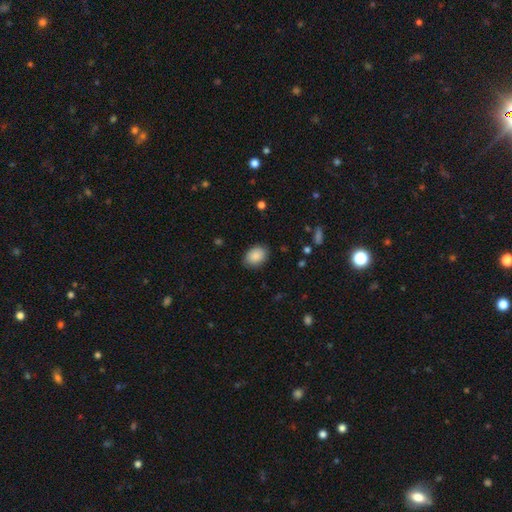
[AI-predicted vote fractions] smooth 89%, star or artifact 7%, featured or disk 4%. Down the decision tree: how rounded — in between (76%); merging — none (85%).